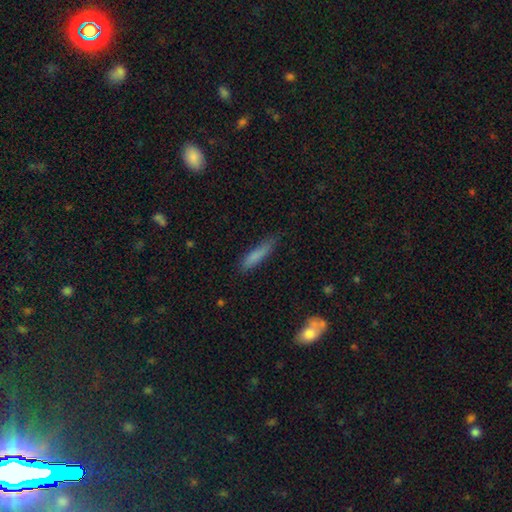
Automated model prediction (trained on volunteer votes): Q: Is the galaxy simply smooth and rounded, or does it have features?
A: smooth — 80%.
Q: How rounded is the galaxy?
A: cigar-shaped — 83%.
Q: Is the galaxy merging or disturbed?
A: none — 72%.